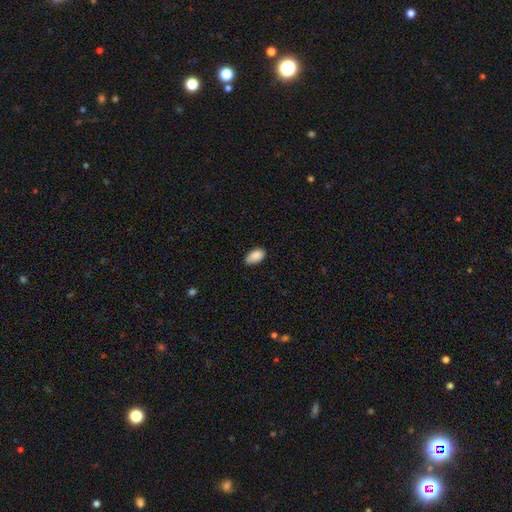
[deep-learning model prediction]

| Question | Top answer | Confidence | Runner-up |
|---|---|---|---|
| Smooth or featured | smooth | 89% | star or artifact (7%) |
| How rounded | in between | 94% | round (4%) |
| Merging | none | 72% | minor disturbance (24%) |